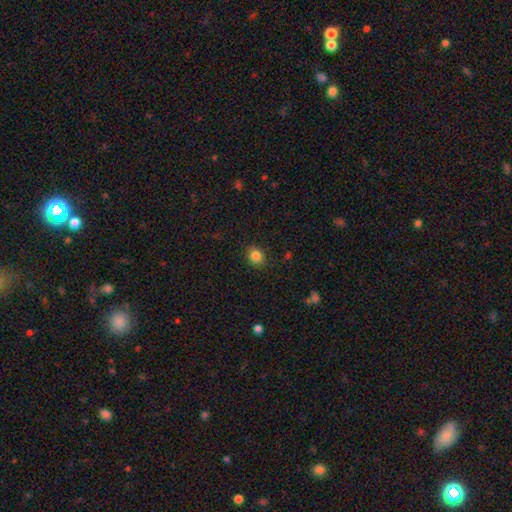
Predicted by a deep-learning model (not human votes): Morphology: type=smooth (84%); roundness=round (68%); merging=none (85%).